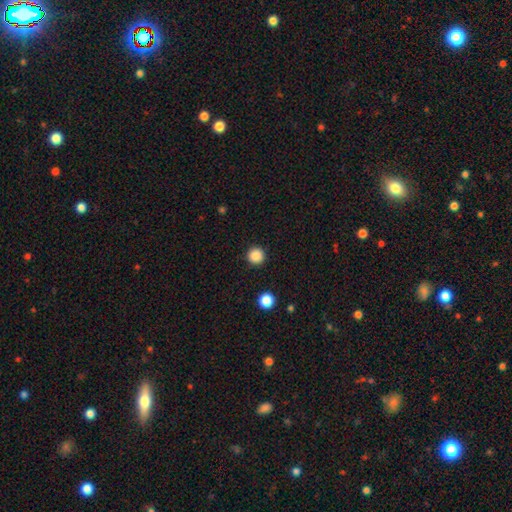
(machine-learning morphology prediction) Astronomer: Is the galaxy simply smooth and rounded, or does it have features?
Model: smooth — 87%.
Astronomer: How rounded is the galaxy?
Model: round — 96%.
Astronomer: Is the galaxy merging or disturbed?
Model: none — 92%.